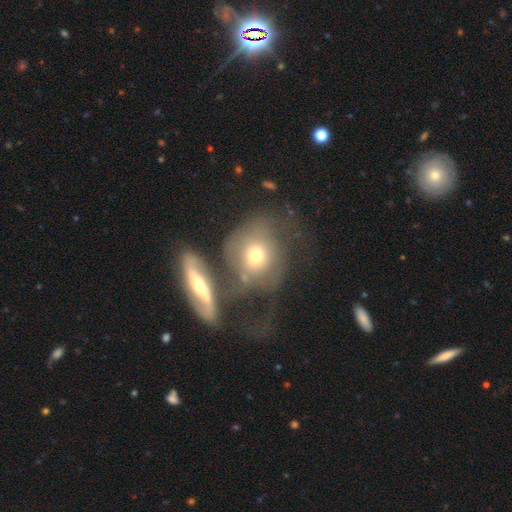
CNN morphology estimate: smooth 51%, featured or disk 41%, star or artifact 8%. Down the decision tree: how rounded — round (67%); merging — merger (45%).